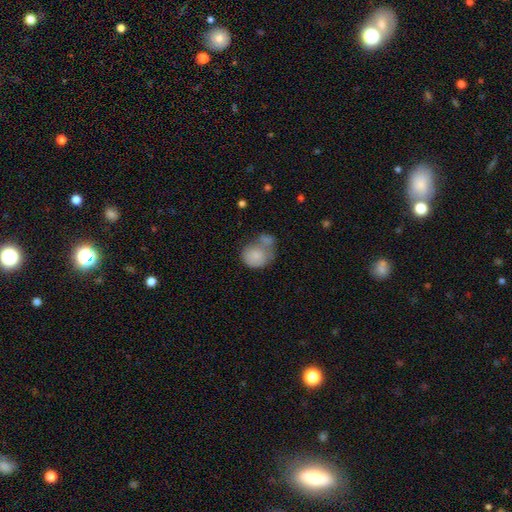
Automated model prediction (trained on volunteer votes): The model was most divided on "how rounded": round: 60%, in between: 39%, cigar-shaped: 1%. Remaining: smooth or featured — smooth (79%); merging — merger (48%).